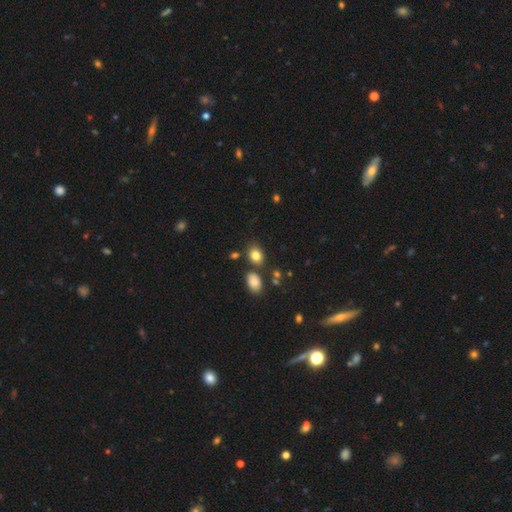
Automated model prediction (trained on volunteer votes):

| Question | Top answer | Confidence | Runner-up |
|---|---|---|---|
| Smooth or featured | smooth | 83% | star or artifact (11%) |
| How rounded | in between | 57% | round (42%) |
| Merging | none | 74% | minor disturbance (12%) |